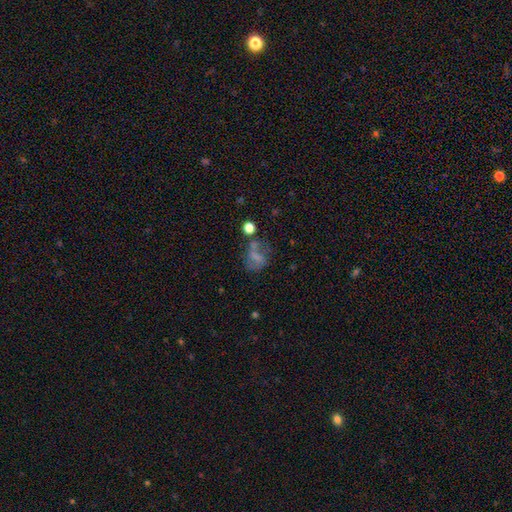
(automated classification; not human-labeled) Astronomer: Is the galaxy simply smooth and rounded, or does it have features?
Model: smooth — 46% (runner-up: featured or disk, 35%).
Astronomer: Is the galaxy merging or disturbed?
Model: none — 36% (runner-up: major disturbance, 28%).